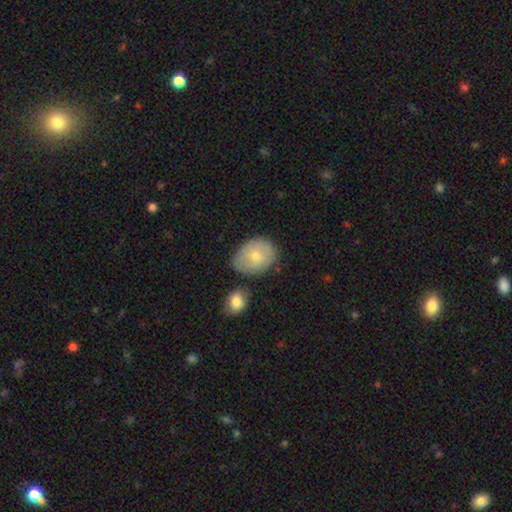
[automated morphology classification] The model was most divided on "how rounded": in between: 63%, round: 36%, cigar-shaped: 1%. More confident: merging — none (69%); smooth or featured — smooth (61%).